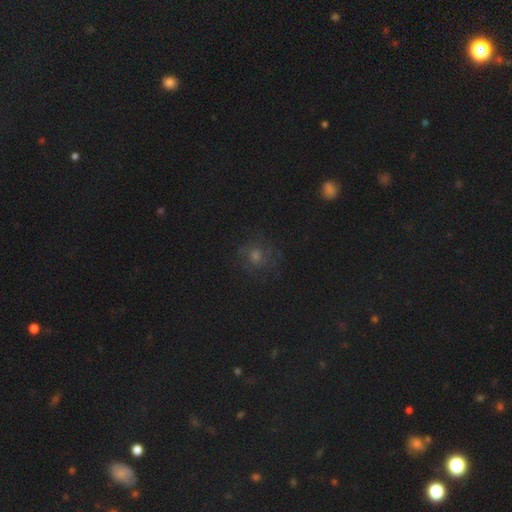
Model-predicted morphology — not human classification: type=smooth (39%); merging=none (78%).